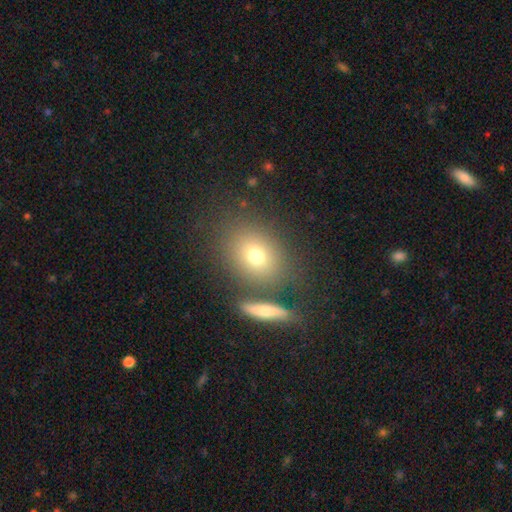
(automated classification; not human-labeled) Smooth or featured? smooth (72%)
How rounded? round (55%)
Merging? none (73%)